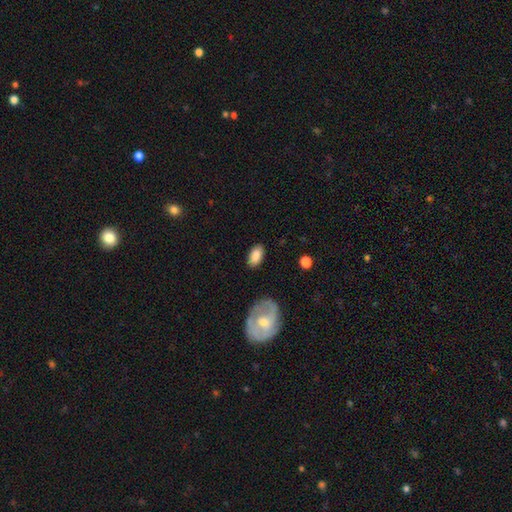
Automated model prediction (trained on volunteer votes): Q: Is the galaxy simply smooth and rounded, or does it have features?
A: smooth — 85%.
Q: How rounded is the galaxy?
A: in between — 93%.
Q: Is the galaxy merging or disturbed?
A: none — 84%.